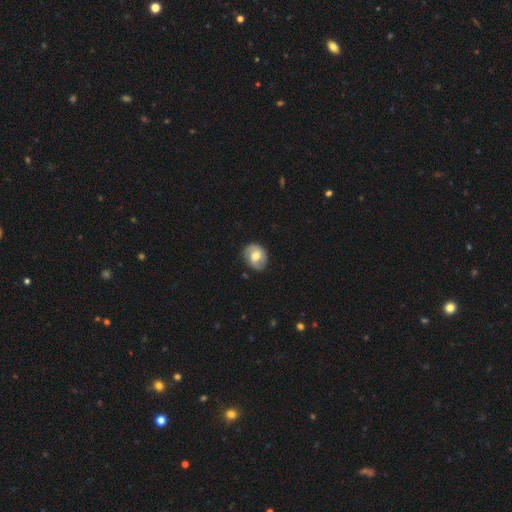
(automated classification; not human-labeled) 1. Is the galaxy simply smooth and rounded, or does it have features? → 52% featured or disk, 42% smooth, 7% star or artifact.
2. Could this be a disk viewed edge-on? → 96% no, 4% yes.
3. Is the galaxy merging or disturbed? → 76% none, 18% minor disturbance, 5% major disturbance, 1% merger.